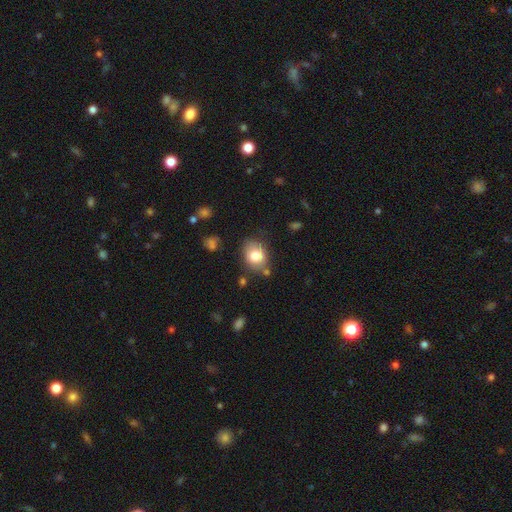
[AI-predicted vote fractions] Smooth or featured? smooth (78%)
How rounded? in between (58%)
Merging? none (67%)